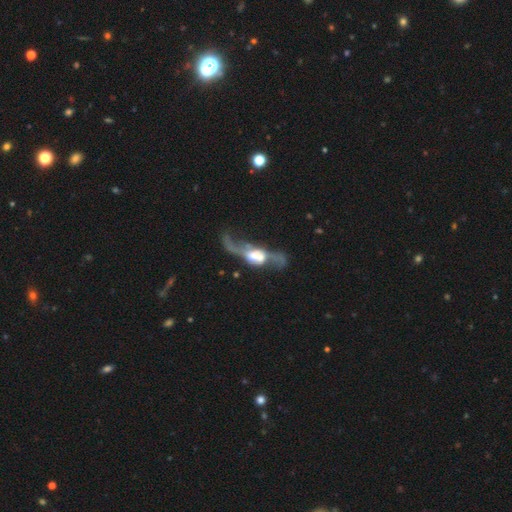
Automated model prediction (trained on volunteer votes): A featured or disk galaxy (77%) with no bar (49%), spiral arms (77%) and a moderate central bulge (45%). Merging: none (30%, tied with merger).